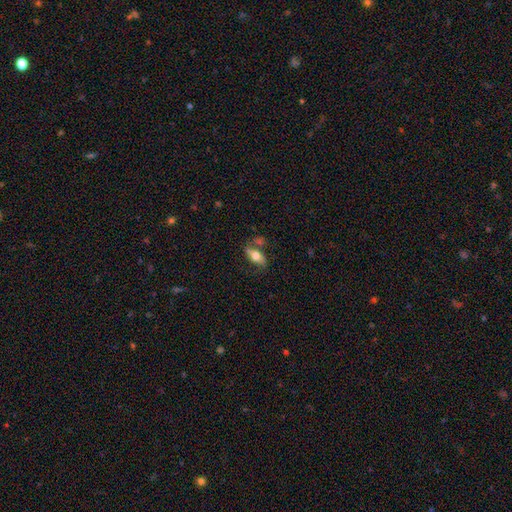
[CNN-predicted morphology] This is possibly a smooth galaxy (59%). How rounded: clearly in between (81%). Merging: possibly none (57%).